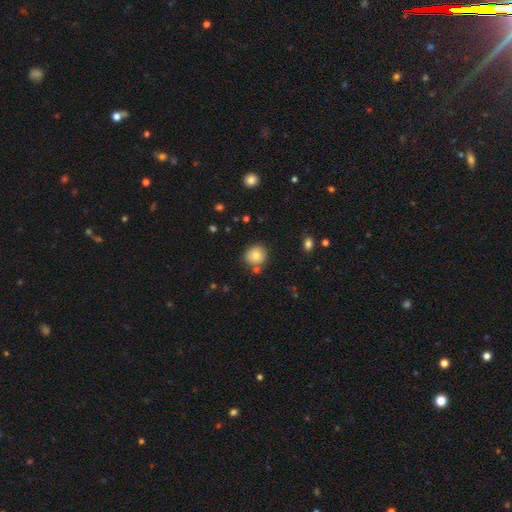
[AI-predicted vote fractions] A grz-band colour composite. It shows a smooth galaxy with no disk features (79%) that is round (86%). Merging: none (77%).